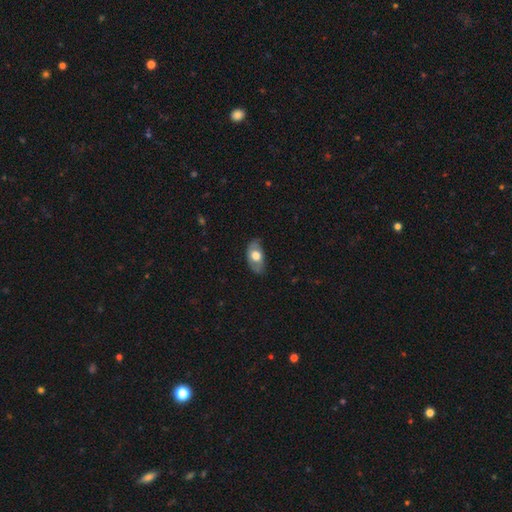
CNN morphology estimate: Smooth or featured?
  - smooth: 55% *
  - featured or disk: 39%
  - star or artifact: 6%
How rounded?
  - in between: 91% *
  - round: 7%
  - cigar-shaped: 2%
Merging?
  - none: 71% *
  - minor disturbance: 22%
  - major disturbance: 6%
  - merger: 1%